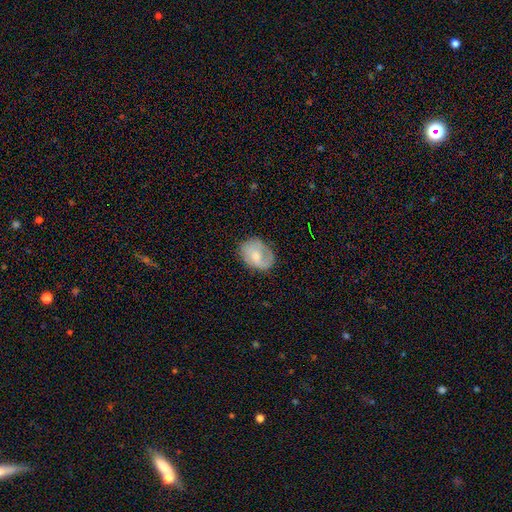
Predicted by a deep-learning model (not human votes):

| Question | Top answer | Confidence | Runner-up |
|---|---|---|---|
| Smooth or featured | smooth | 56% | featured or disk (37%) |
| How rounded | in between | 66% | round (33%) |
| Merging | none | 64% | minor disturbance (24%) |